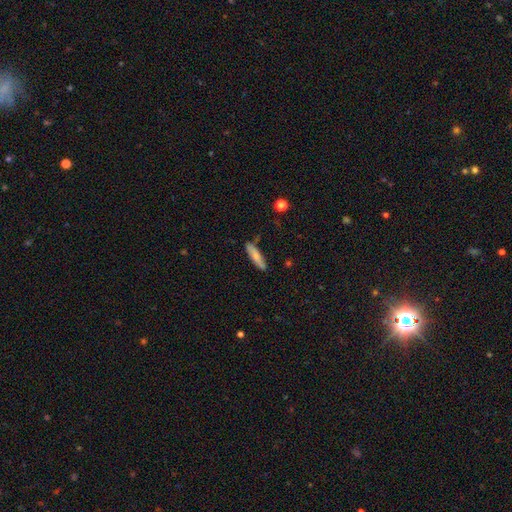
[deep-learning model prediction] This appears to be a smooth galaxy with no disk features (70%) that is cigar-shaped (78%). Merging: none (83%).